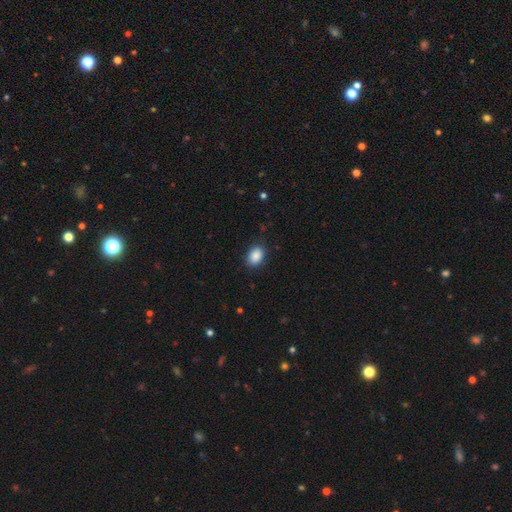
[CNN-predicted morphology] smooth 88%, star or artifact 8%, featured or disk 4%. Down the decision tree: how rounded — in between (79%); merging — none (85%).